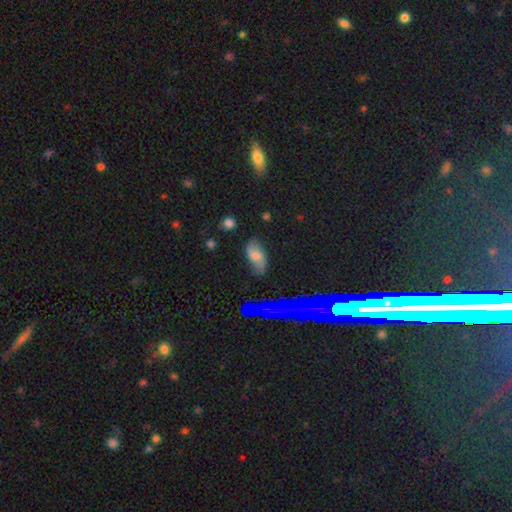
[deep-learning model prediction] Smooth or featured? Predicted: smooth (p=0.55). How rounded? Predicted: in between (p=0.89). Merging? Predicted: none (p=0.68).